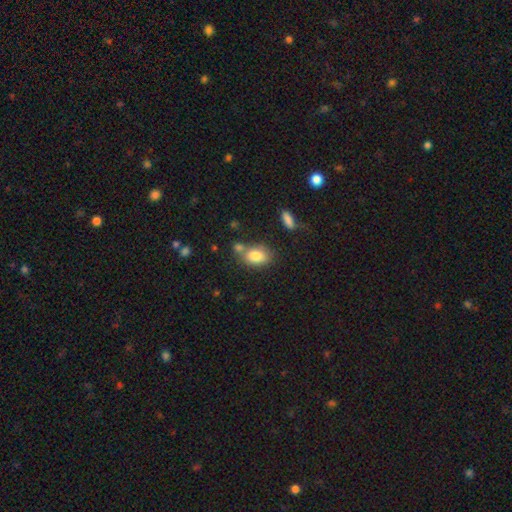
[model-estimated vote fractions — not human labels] A smooth galaxy with no disk features (82%) that is in between round and cigar-shaped (82%). Merging: none (54%).